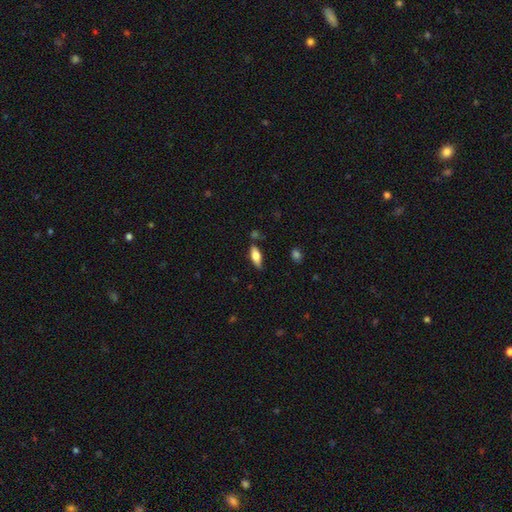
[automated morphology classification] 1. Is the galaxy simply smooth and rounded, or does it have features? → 66% smooth, 27% featured or disk, 7% star or artifact.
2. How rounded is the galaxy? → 72% in between, 26% cigar-shaped, 3% round.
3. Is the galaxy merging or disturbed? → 73% none, 19% minor disturbance, 4% merger, 4% major disturbance.